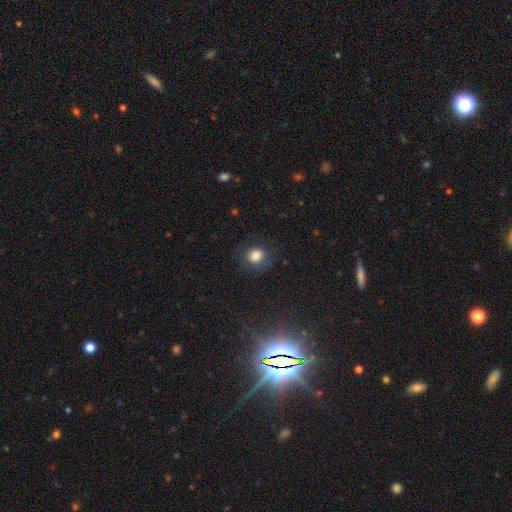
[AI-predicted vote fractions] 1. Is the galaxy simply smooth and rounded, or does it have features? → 79% smooth, 11% star or artifact, 10% featured or disk.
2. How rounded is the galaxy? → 78% round, 21% in between, 1% cigar-shaped.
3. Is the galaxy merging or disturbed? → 75% none, 15% minor disturbance, 8% major disturbance, 2% merger.